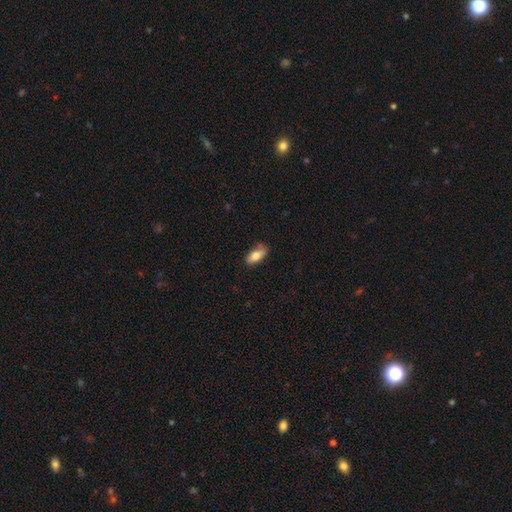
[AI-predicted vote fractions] Smooth or featured? smooth (79%)
How rounded? in between (86%)
Merging? none (73%)